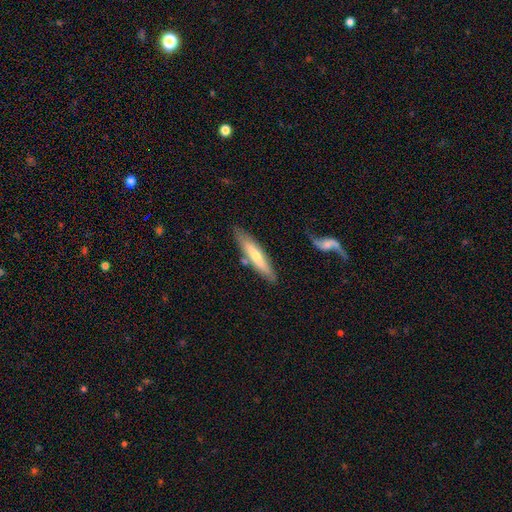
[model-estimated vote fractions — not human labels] Smooth or featured: smooth — 54% (featured or disk — 40%)
How rounded: cigar-shaped — 83% (in between — 16%)
Merging: none — 76% (minor disturbance — 14%)